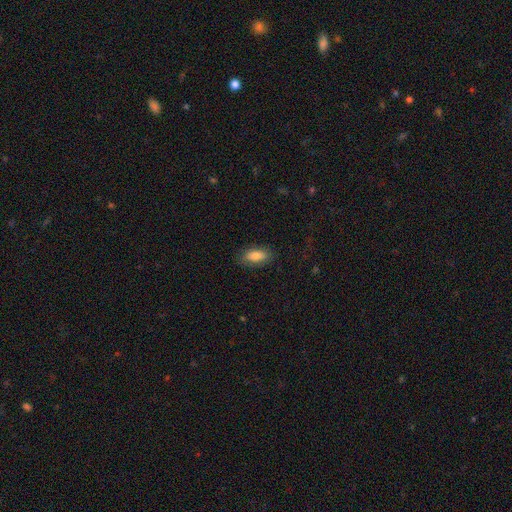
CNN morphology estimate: Smooth or featured?
  - smooth: 84% *
  - featured or disk: 9%
  - star or artifact: 7%
How rounded?
  - in between: 85% *
  - cigar-shaped: 12%
  - round: 3%
Merging?
  - none: 82% *
  - minor disturbance: 14%
  - major disturbance: 4%
  - merger: 1%